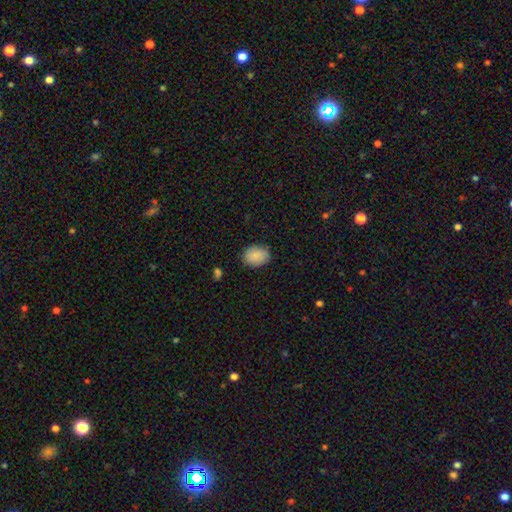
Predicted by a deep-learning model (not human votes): Smooth or featured? Predicted: smooth (p=0.89). How rounded? Predicted: in between (p=0.62). Merging? Predicted: none (p=0.84).